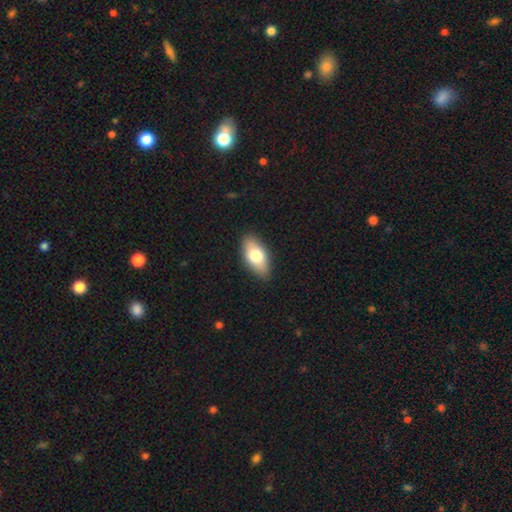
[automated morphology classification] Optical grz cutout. It shows a smooth galaxy with no disk features (74%) that is in between round and cigar-shaped (88%). Merging: none (87%).